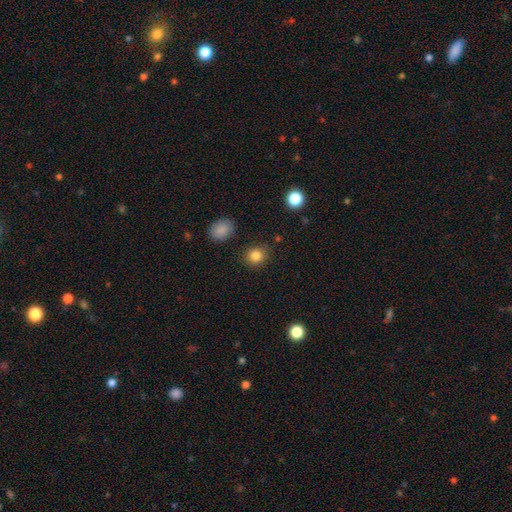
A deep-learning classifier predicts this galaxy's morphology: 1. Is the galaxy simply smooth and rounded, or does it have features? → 84% smooth, 11% star or artifact, 5% featured or disk.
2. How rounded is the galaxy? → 76% round, 23% in between, 1% cigar-shaped.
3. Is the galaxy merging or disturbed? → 86% none, 9% minor disturbance, 3% major disturbance, 2% merger.